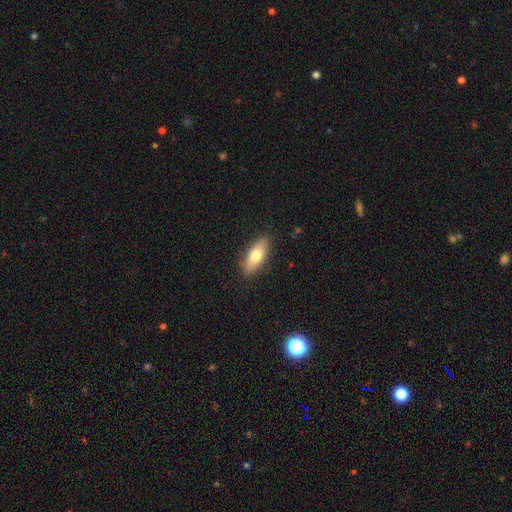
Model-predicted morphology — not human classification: A smooth galaxy with no disk features (72%) that is in between round and cigar-shaped (68%). Merging: none (86%).